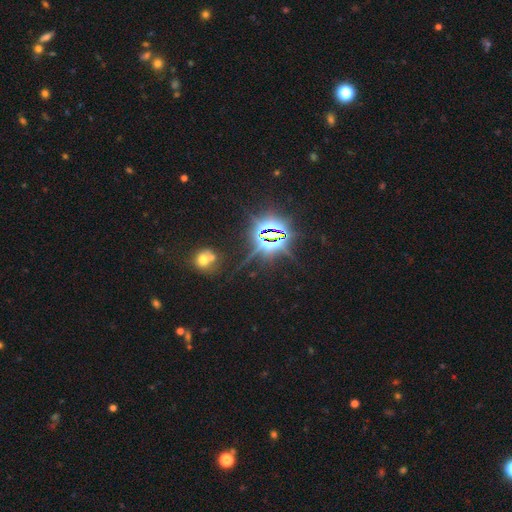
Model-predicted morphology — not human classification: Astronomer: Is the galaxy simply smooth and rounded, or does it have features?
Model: star or artifact — 81%.